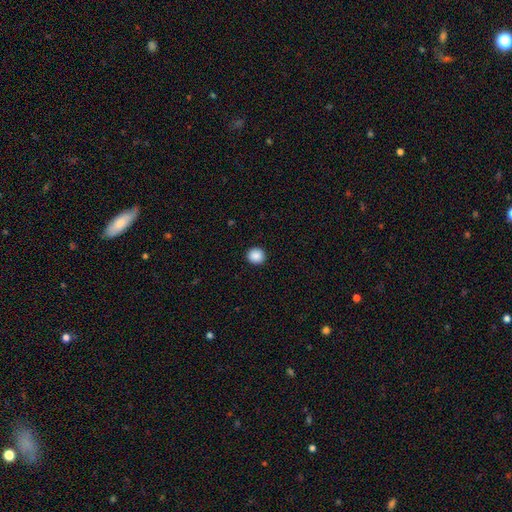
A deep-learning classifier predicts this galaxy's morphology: Overall: smooth (89%). How rounded: round (92%). Merging: none (93%).